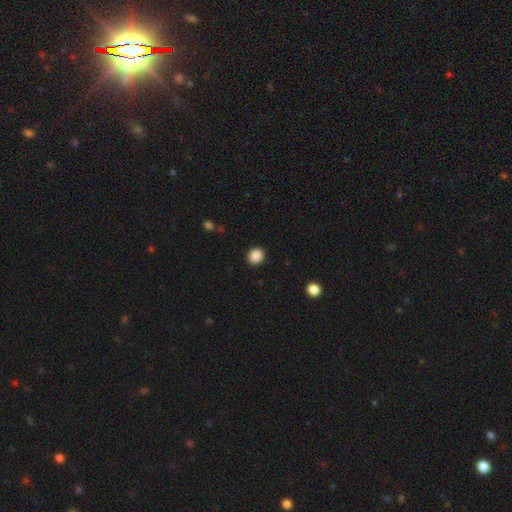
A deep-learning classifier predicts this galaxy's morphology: Smooth or featured?
  - smooth: 88% *
  - star or artifact: 9%
  - featured or disk: 3%
How rounded?
  - round: 79% *
  - in between: 21%
  - cigar-shaped: 1%
Merging?
  - none: 91% *
  - minor disturbance: 6%
  - major disturbance: 2%
  - merger: 1%